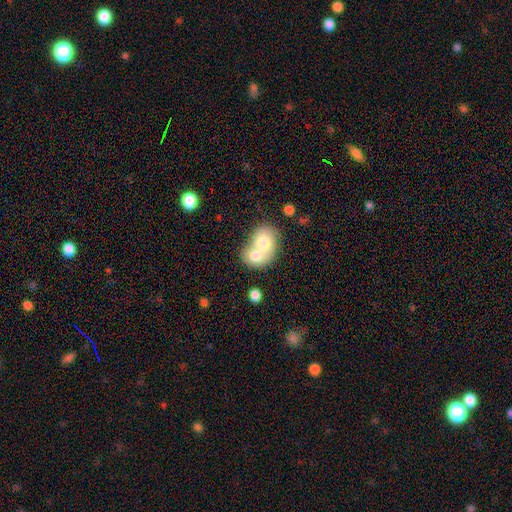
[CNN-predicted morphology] The model was most divided on "how rounded": in between: 51%, round: 48%, cigar-shaped: 1%. More confident: merging — merger (76%); smooth or featured — smooth (70%).